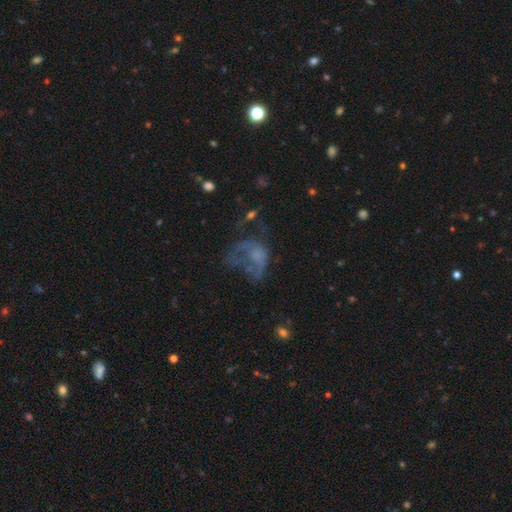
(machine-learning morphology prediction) smooth-or-featured: featured or disk: 47% | smooth: 34% | star or artifact: 19%
  merging: major disturbance: 55% | none: 23% | minor disturbance: 15% | merger: 8%